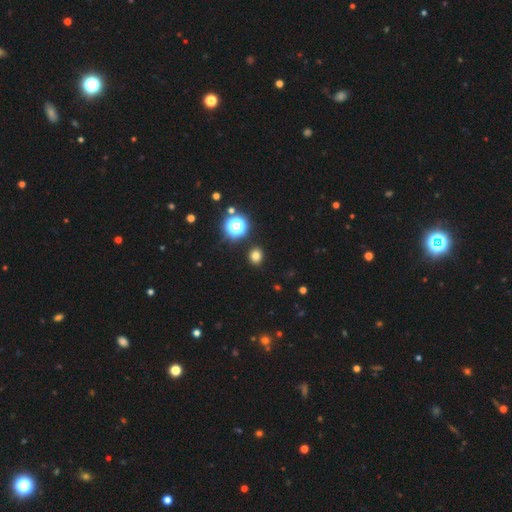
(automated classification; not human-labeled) A smooth galaxy with no disk features (76%) that is round (71%). Merging: none (90%).